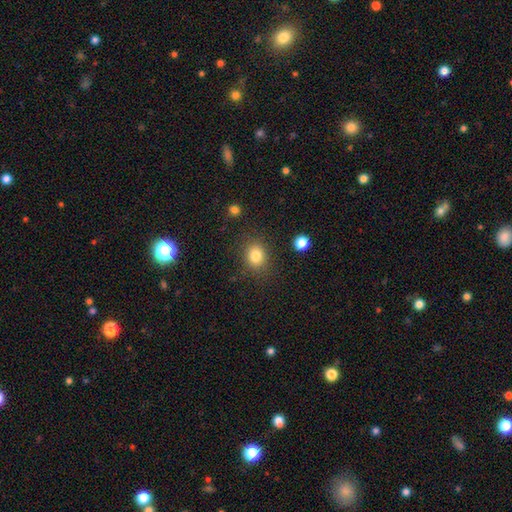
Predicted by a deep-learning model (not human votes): Morphology: type=smooth (82%); roundness=round (62%); merging=none (84%).